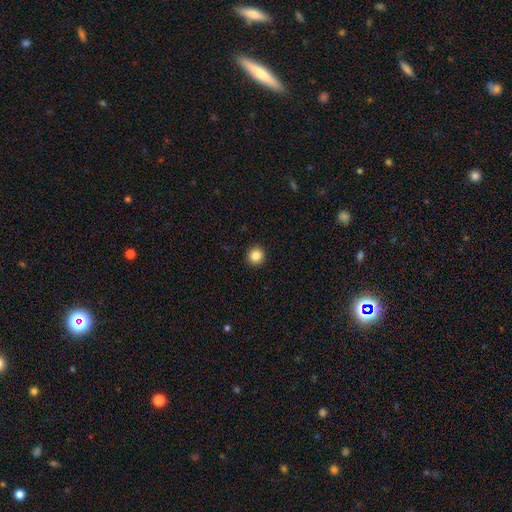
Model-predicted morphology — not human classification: A smooth galaxy with no disk features (85%) that is round (93%).

Vote fractions:
- Smooth or featured? smooth: 85% / star or artifact: 10% / featured or disk: 5%
- How rounded? round: 93% / in between: 6% / cigar-shaped: 1%
- Merging? none: 93% / minor disturbance: 5% / major disturbance: 1% / merger: 1%